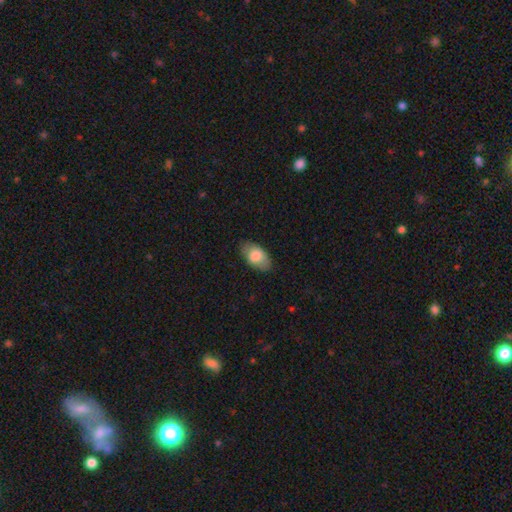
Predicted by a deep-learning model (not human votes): Smooth or featured: smooth — 78% (featured or disk — 16%)
How rounded: in between — 93% (round — 5%)
Merging: none — 80% (minor disturbance — 16%)